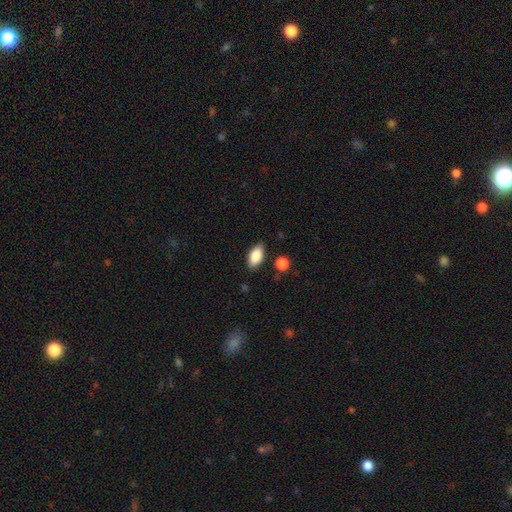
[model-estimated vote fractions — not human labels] This is clearly a smooth galaxy (84%). How rounded: clearly in between (90%). Merging: clearly none (84%).